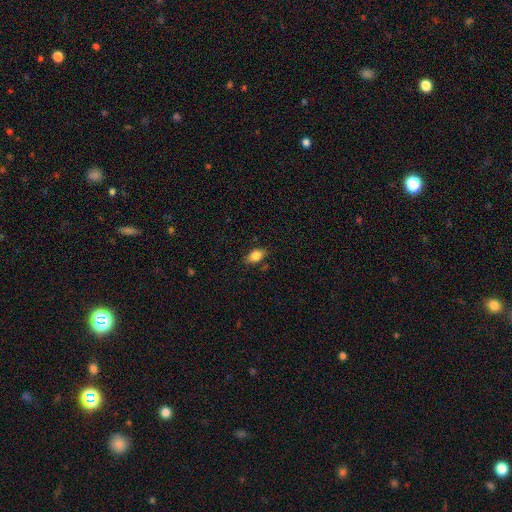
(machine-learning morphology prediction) smooth-or-featured: smooth: 81% | featured or disk: 10% | star or artifact: 9%
  how-rounded: in between: 84% | round: 11% | cigar-shaped: 5%
  merging: none: 81% | minor disturbance: 14% | major disturbance: 3% | merger: 2%